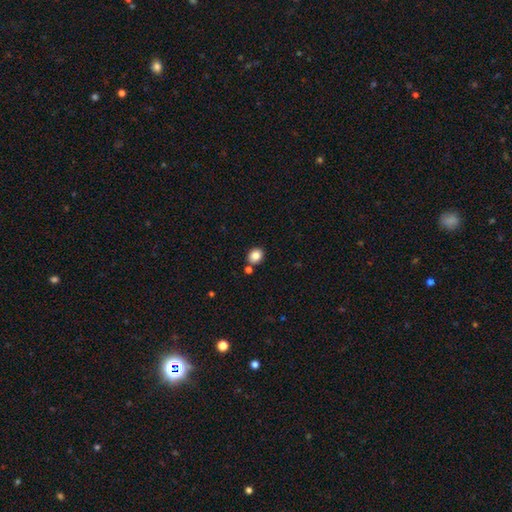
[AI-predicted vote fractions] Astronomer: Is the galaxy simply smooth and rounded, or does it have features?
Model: smooth — 84%.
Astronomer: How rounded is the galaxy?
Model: round — 61% (runner-up: in between, 39%).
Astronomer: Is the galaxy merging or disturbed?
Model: none — 78%.